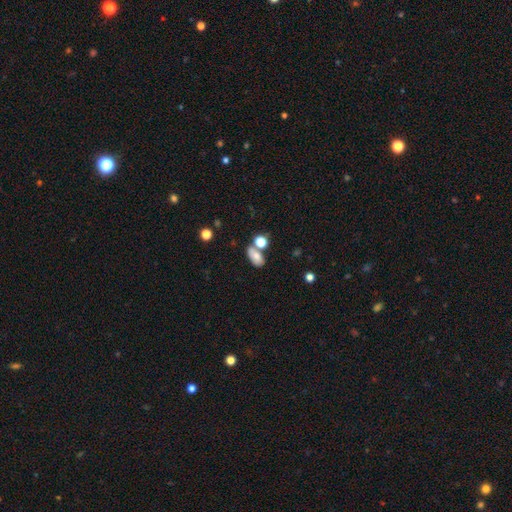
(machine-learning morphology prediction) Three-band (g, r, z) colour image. It shows a smooth galaxy with no disk features (71%) that is in between round and cigar-shaped (83%). Merging: none (44%).